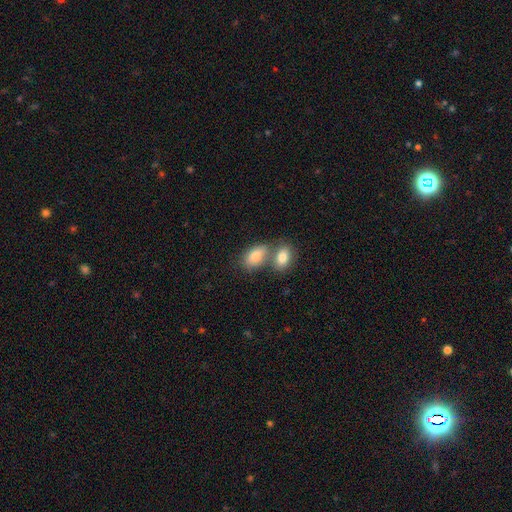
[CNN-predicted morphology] Smooth or featured?
  - smooth: 82% *
  - featured or disk: 10%
  - star or artifact: 8%
How rounded?
  - in between: 90% *
  - round: 7%
  - cigar-shaped: 3%
Merging?
  - merger: 54% *
  - none: 34%
  - minor disturbance: 9%
  - major disturbance: 3%